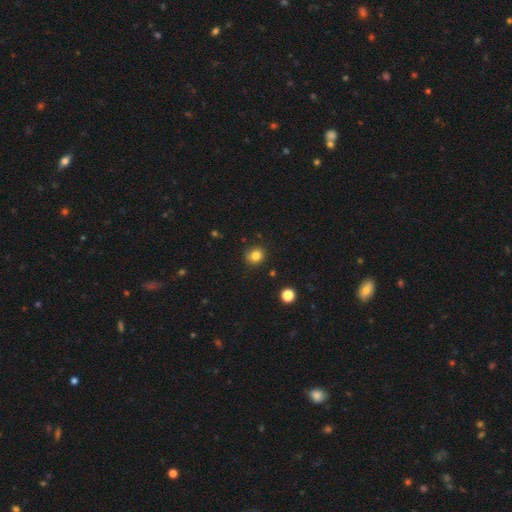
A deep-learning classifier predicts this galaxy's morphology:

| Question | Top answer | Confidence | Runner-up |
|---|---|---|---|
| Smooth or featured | smooth | 82% | star or artifact (13%) |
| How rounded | round | 84% | in between (16%) |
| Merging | none | 83% | minor disturbance (12%) |